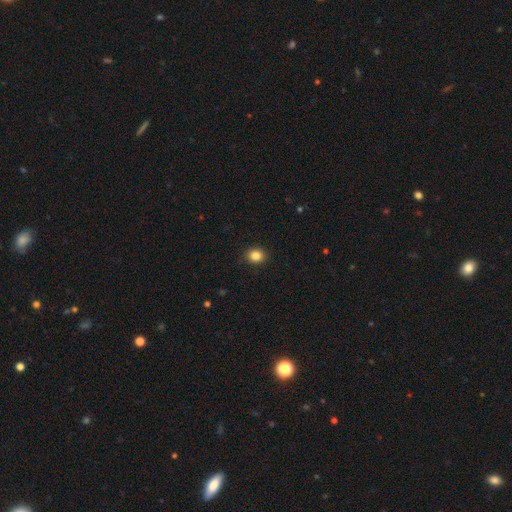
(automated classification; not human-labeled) Q: Smooth or featured?
A: smooth (84%); runner-up: star or artifact (11%)
Q: How rounded?
A: round (71%); runner-up: in between (28%)
Q: Merging?
A: none (90%); runner-up: minor disturbance (7%)